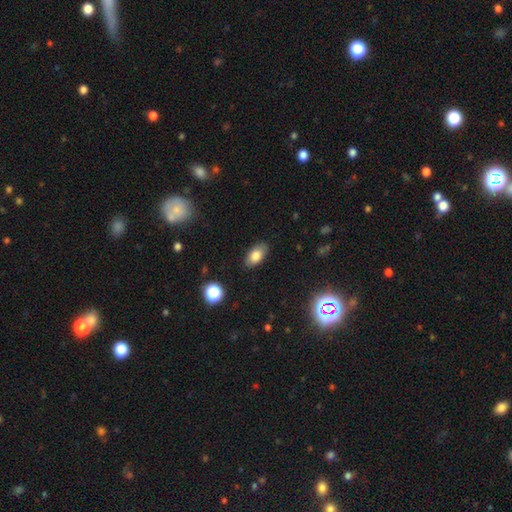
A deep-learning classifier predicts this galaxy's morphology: Smooth or featured? smooth (79%)
How rounded? in between (91%)
Merging? none (85%)